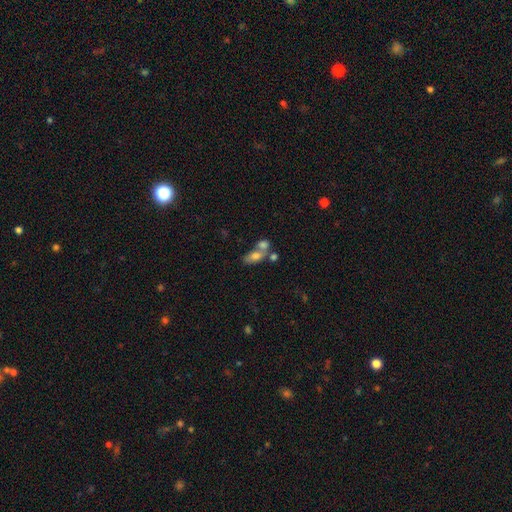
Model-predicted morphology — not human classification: smooth-or-featured: smooth: 69% | featured or disk: 21% | star or artifact: 10%
  how-rounded: in between: 81% | round: 12% | cigar-shaped: 7%
  merging: merger: 57% | none: 27% | minor disturbance: 10% | major disturbance: 6%